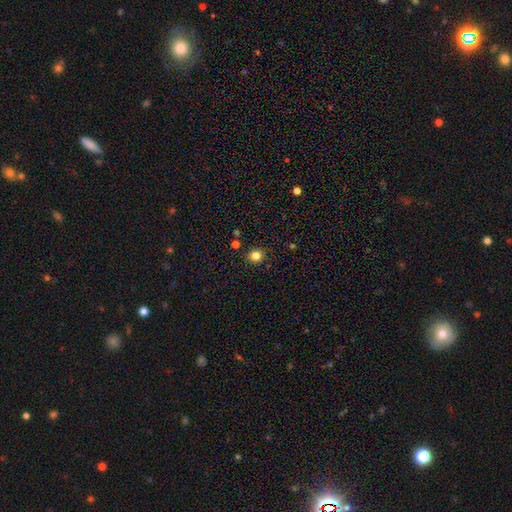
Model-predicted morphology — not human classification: Smooth or featured?
  - smooth: 82% *
  - star or artifact: 13%
  - featured or disk: 5%
How rounded?
  - round: 82% *
  - in between: 17%
  - cigar-shaped: 1%
Merging?
  - none: 89% *
  - minor disturbance: 7%
  - major disturbance: 2%
  - merger: 2%